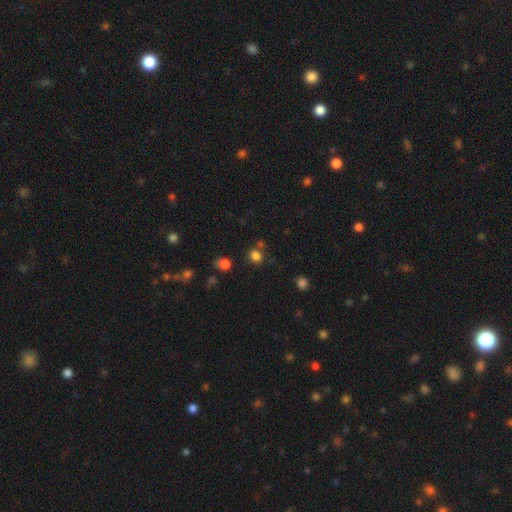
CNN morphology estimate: This appears to be a smooth galaxy with no disk features (79%) that is round (72%). Merging: none (70%).